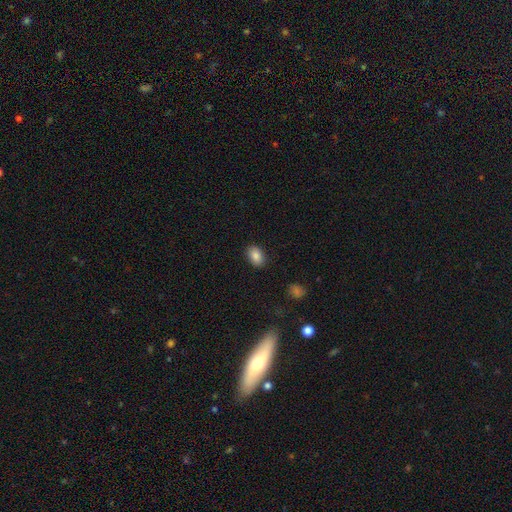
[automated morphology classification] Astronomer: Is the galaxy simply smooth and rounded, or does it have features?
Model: smooth — 86%.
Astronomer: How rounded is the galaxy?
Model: in between — 84%.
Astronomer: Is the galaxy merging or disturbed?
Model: none — 88%.